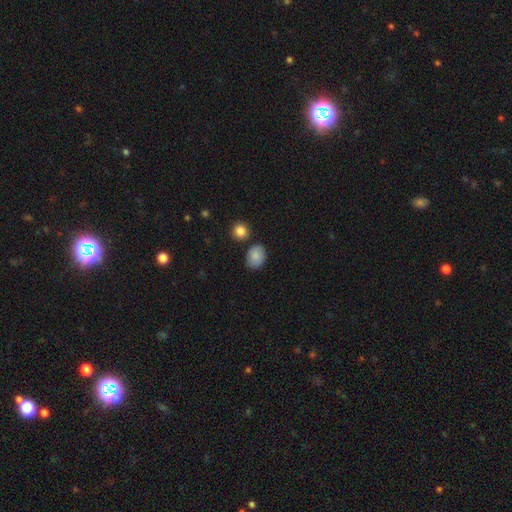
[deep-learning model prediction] This is clearly a smooth galaxy (86%). How rounded: possibly in between (57%). Merging: likely none (75%).